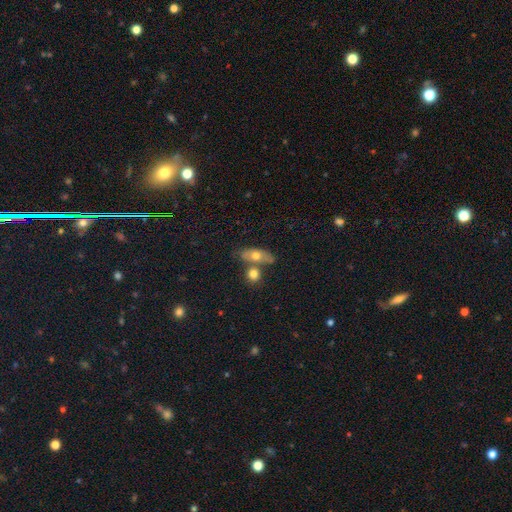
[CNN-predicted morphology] A smooth galaxy with no disk features (61%) that is in between round and cigar-shaped (67%). Merging: none (55%).